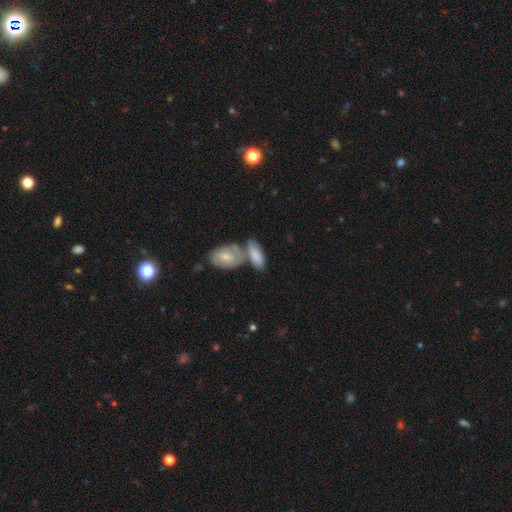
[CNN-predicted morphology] This appears to be a smooth galaxy with no disk features (70%) that is in between round and cigar-shaped (85%). Merging: merger (48%).